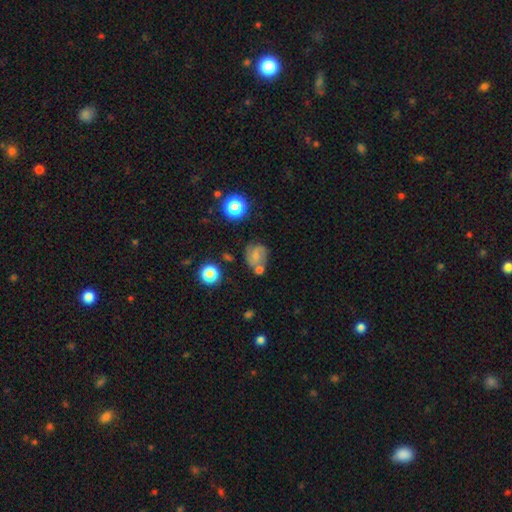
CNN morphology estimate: type=featured or disk (48%); merging=none (51%).